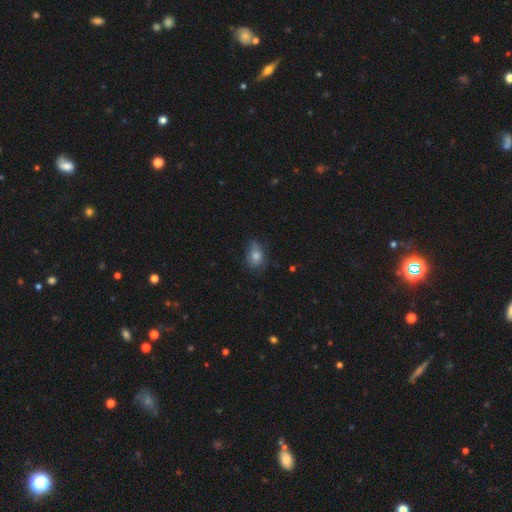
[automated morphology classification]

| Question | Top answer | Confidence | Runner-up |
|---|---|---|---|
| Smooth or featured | smooth | 74% | featured or disk (15%) |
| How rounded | in between | 71% | round (27%) |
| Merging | none | 53% | minor disturbance (33%) |